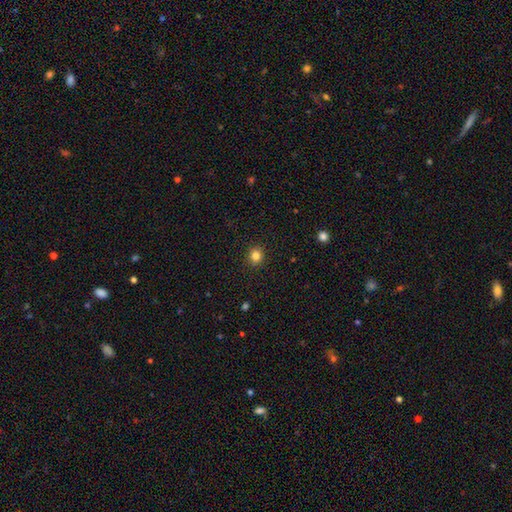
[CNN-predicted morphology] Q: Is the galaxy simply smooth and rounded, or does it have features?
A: smooth — 83%.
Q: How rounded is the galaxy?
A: round — 81%.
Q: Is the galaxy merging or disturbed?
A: none — 91%.